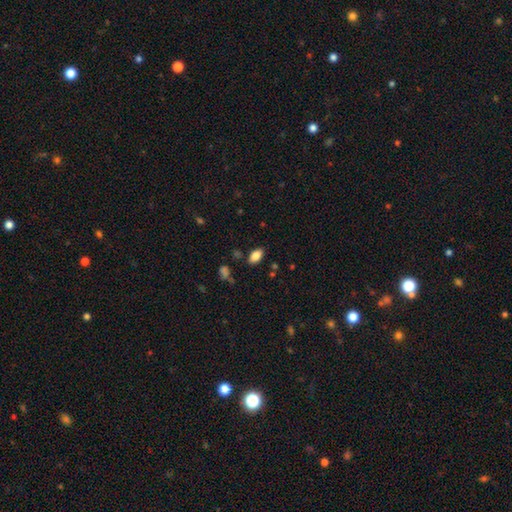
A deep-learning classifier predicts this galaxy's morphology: smooth_or_featured: smooth (p=0.85) [alt: star or artifact p=0.09]
how_rounded: in between (p=0.92) [alt: round p=0.06]
merging: none (p=0.84) [alt: minor disturbance p=0.11]